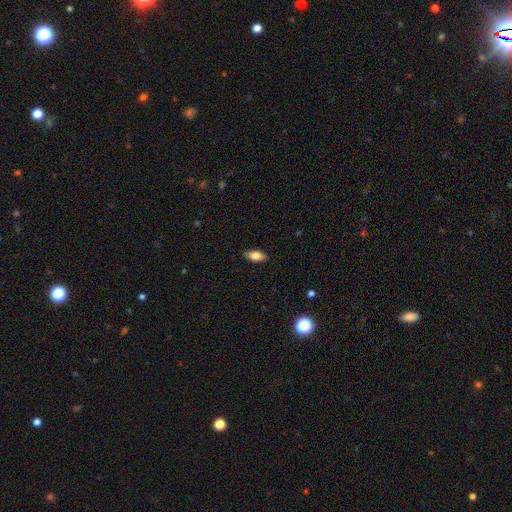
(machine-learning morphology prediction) smooth 81%, featured or disk 13%, star or artifact 7%. Down the decision tree: how rounded — in between (88%); merging — none (88%).